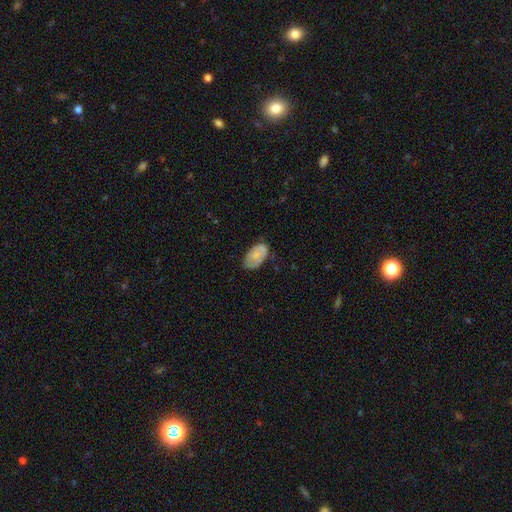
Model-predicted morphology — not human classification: A smooth galaxy with no disk features (67%) that is in between round and cigar-shaped (93%). Merging: none (59%).